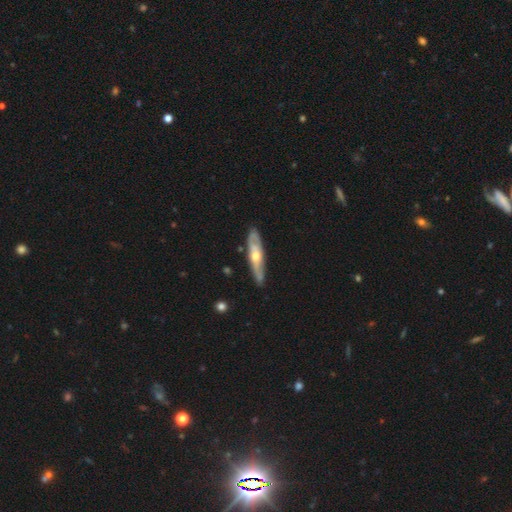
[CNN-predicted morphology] Smooth or featured? Predicted: featured or disk (p=0.65). Edge-on disk? Predicted: yes (p=0.57). Merging? Predicted: none (p=0.82).